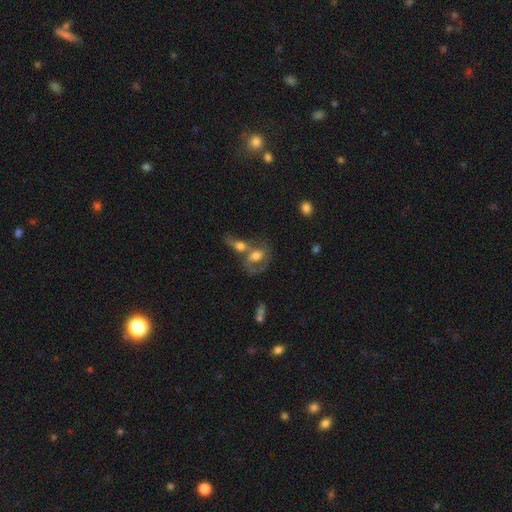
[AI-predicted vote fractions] A featured or disk galaxy (49%).

Vote fractions:
- Smooth or featured? featured or disk: 49% / smooth: 42% / star or artifact: 9%
- Merging? merger: 63% / none: 21% / minor disturbance: 8% / major disturbance: 8%